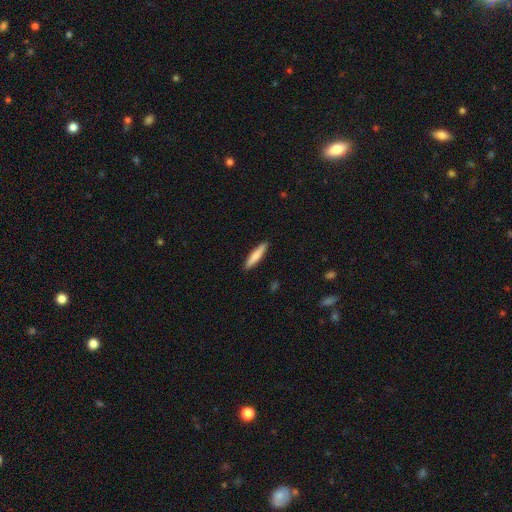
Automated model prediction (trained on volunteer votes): The model was most divided on "smooth or featured": smooth: 75%, featured or disk: 20%, star or artifact: 5%. More confident: merging — none (91%); how rounded — cigar-shaped (88%).